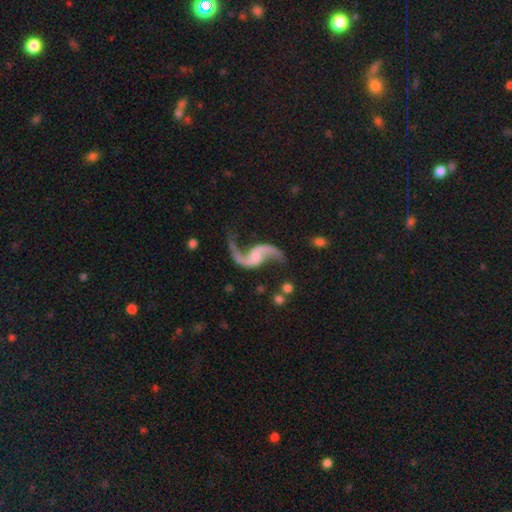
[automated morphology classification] A featured or disk galaxy (92%) with no bar (49%), 2 (94%) loose (89%) spiral arms (97%) and no central bulge (35%).

Vote fractions:
- Smooth or featured? featured or disk: 92% / star or artifact: 4% / smooth: 4%
- Edge-on disk? no: 97% / yes: 3%
- Bar? no: 49% / weak: 38% / strong: 13%
- Spiral arms? yes: 97% / no: 3%
- Spiral winding? loose: 89% / medium: 9% / tight: 2%
- Spiral arm count? 2: 94% / 1: 2% / can't tell: 1% / 3: 1% / 4: 1% / more than 4: 1%
- Bulge size? none: 35% / small: 33% / moderate: 23% / large: 7% / dominant: 2%
- Merging? none: 70% / minor disturbance: 15% / major disturbance: 11% / merger: 5%